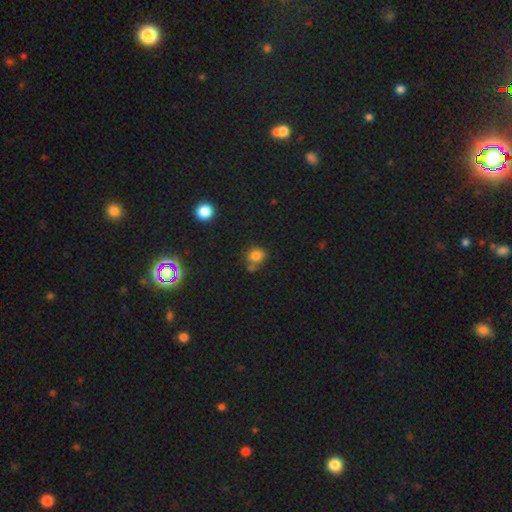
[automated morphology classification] Smooth or featured?
  - smooth: 79% *
  - star or artifact: 14%
  - featured or disk: 7%
How rounded?
  - round: 80% *
  - in between: 19%
  - cigar-shaped: 1%
Merging?
  - none: 61% *
  - merger: 22%
  - minor disturbance: 13%
  - major disturbance: 4%